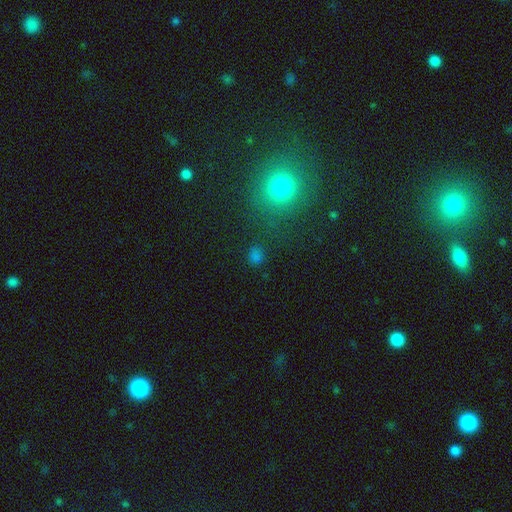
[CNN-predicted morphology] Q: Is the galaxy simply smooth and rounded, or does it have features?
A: smooth — 68%.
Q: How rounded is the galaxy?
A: round — 73%.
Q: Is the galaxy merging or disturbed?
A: none — 80%.